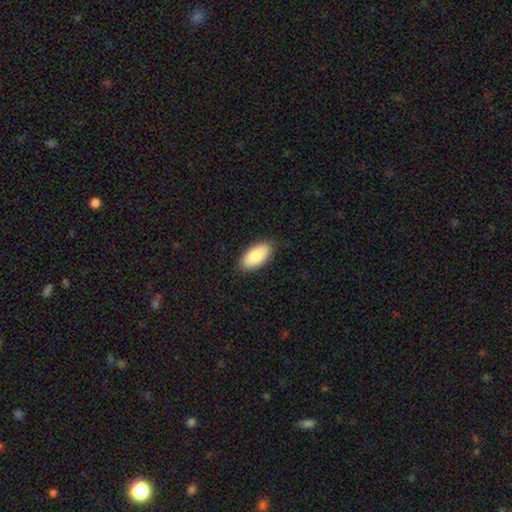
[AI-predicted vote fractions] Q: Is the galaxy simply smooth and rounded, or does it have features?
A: smooth — 85%.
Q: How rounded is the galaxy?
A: in between — 94%.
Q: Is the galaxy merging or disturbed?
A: none — 87%.